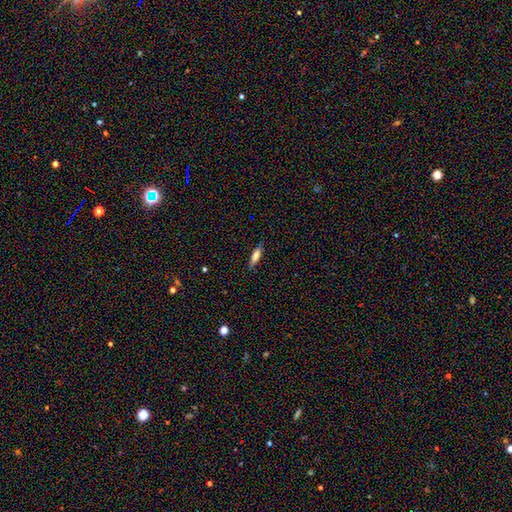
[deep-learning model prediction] Smooth or featured?
  - smooth: 70% *
  - featured or disk: 23%
  - star or artifact: 7%
How rounded?
  - cigar-shaped: 53% *
  - in between: 45%
  - round: 2%
Merging?
  - none: 85% *
  - minor disturbance: 11%
  - major disturbance: 2%
  - merger: 1%